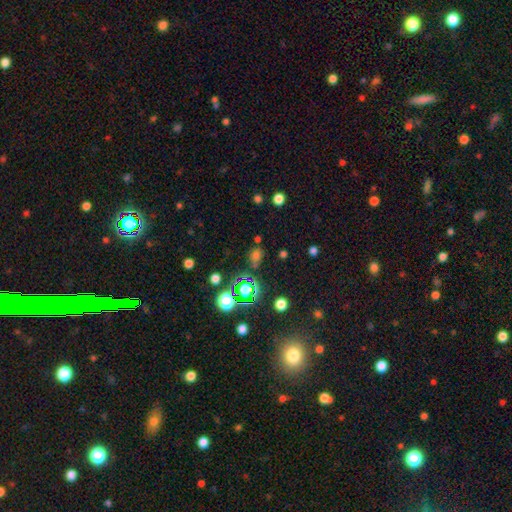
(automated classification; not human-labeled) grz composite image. It shows a smooth galaxy with no disk features (49%). Merging: none (74%).